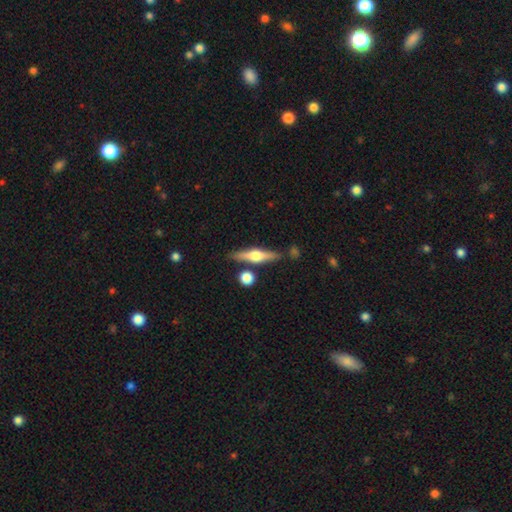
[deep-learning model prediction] smooth_or_featured: featured or disk (p=0.66) [alt: smooth p=0.28]
disk_edge_on: yes (p=0.96) [alt: no p=0.04]
edge_on_bulge: rounded (p=0.93) [alt: boxy p=0.04]
merging: none (p=0.81) [alt: minor disturbance p=0.10]